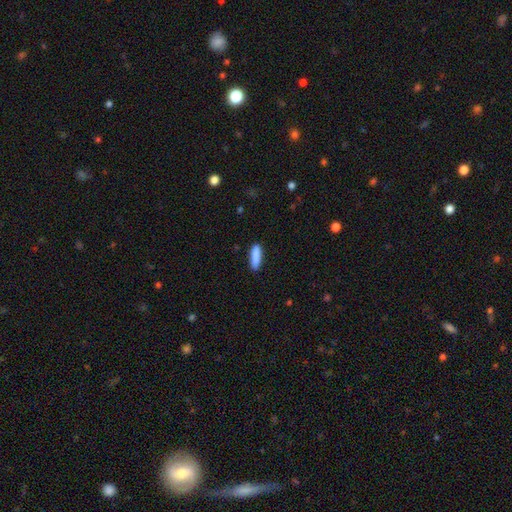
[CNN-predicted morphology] A smooth galaxy with no disk features (88%) that is cigar-shaped (60%). Merging: none (85%).